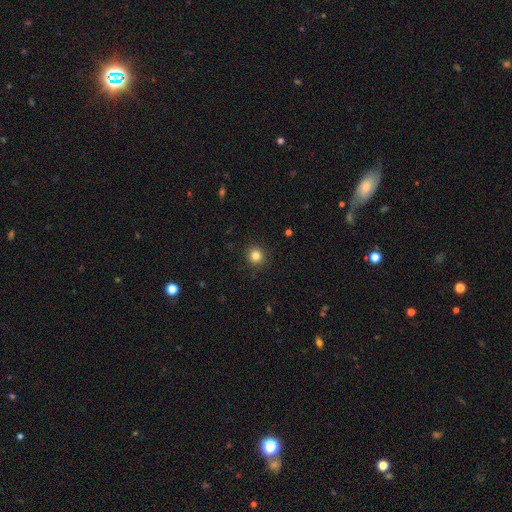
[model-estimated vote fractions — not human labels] smooth_or_featured: smooth (p=0.83) [alt: star or artifact p=0.12]
how_rounded: round (p=0.93) [alt: in between p=0.06]
merging: none (p=0.91) [alt: minor disturbance p=0.06]